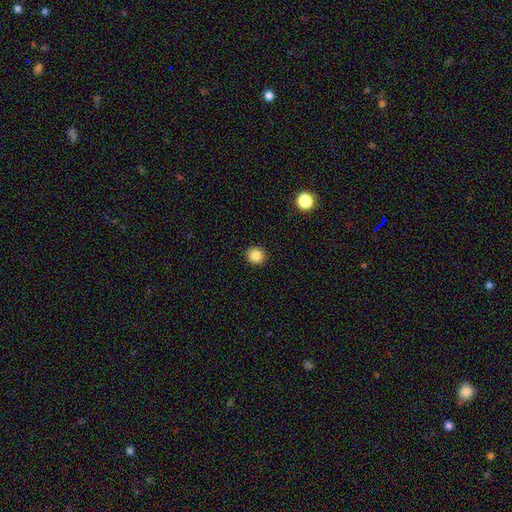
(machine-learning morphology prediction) smooth 85%, star or artifact 10%, featured or disk 4%. Down the decision tree: how rounded — round (83%); merging — none (91%).